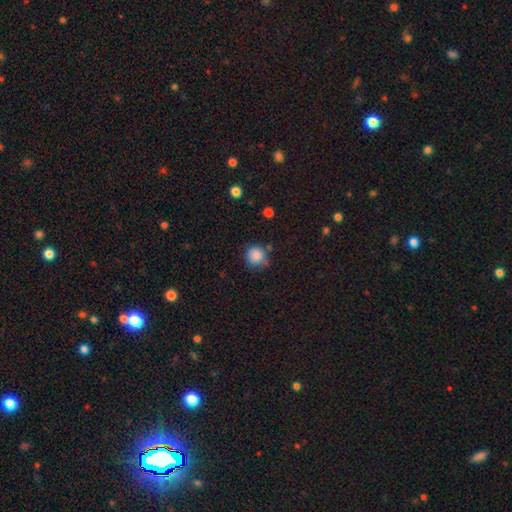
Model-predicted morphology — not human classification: smooth_or_featured: smooth (p=0.85) [alt: star or artifact p=0.10]
how_rounded: round (p=0.90) [alt: in between p=0.10]
merging: none (p=0.70) [alt: minor disturbance p=0.20]